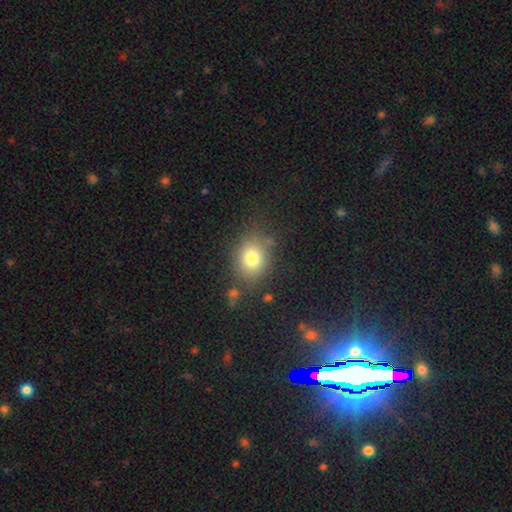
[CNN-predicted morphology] Overall: smooth (77%). How rounded: round (52%; in between 47%). Merging: none (77%).